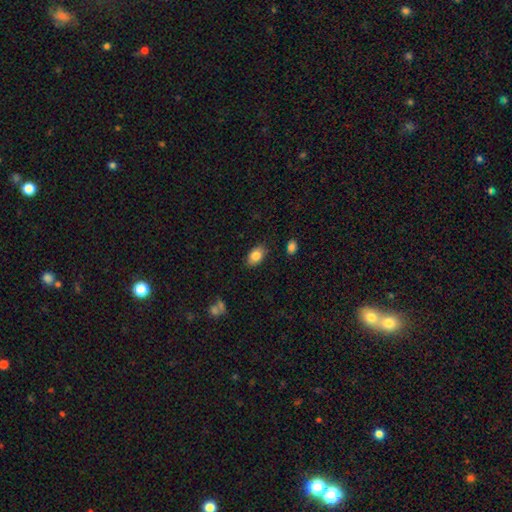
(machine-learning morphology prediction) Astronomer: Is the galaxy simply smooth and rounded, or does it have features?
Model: smooth — 84%.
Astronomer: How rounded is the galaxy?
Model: in between — 88%.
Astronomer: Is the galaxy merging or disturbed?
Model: none — 83%.